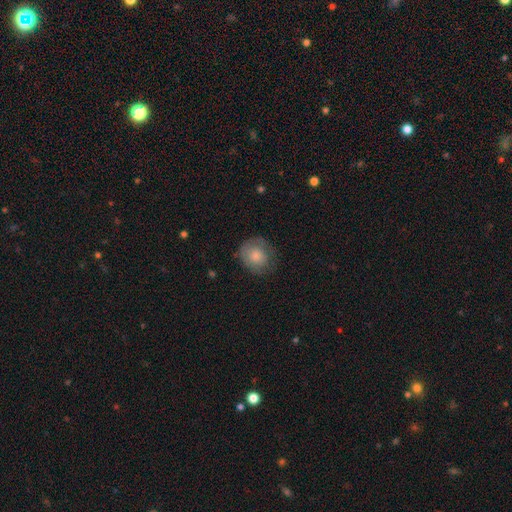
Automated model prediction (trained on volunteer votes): Smooth or featured? smooth (76%)
How rounded? round (83%)
Merging? none (69%)